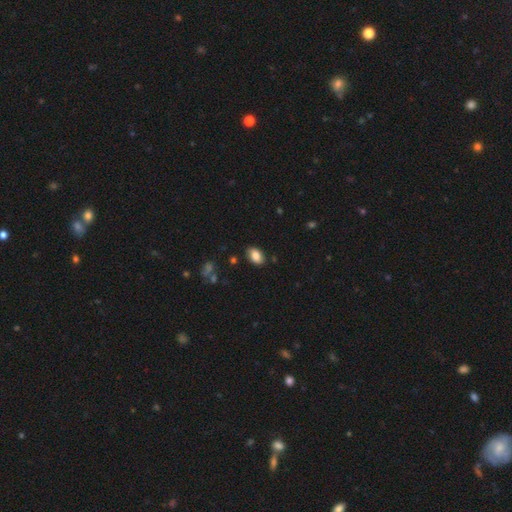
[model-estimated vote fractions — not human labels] Q: Smooth or featured?
A: smooth (84%); runner-up: star or artifact (8%)
Q: How rounded?
A: in between (88%); runner-up: round (11%)
Q: Merging?
A: none (86%); runner-up: minor disturbance (10%)